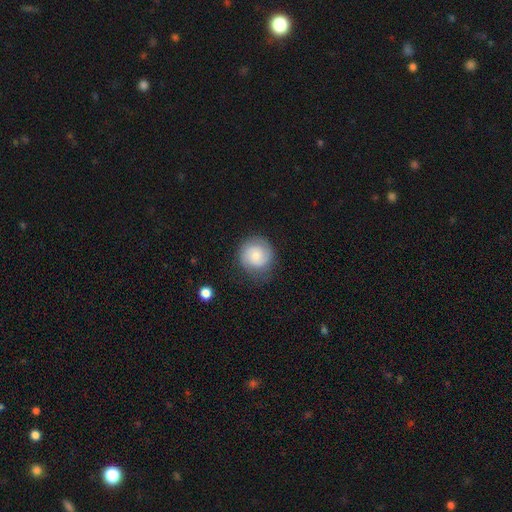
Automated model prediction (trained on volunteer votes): Morphology: type=smooth (47%); merging=none (74%).